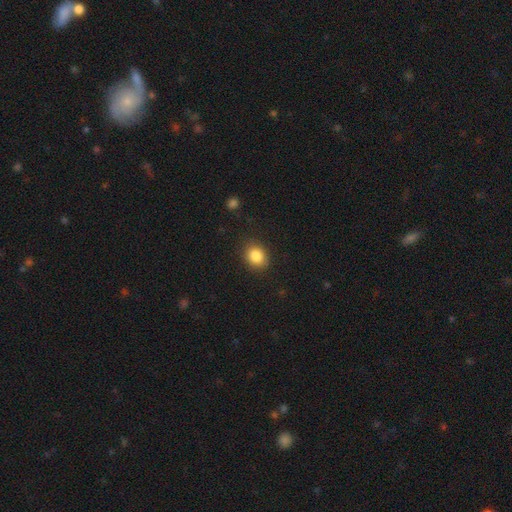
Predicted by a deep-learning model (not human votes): Smooth or featured: smooth — 86% (star or artifact — 9%)
How rounded: round — 55% (in between — 44%)
Merging: none — 87% (minor disturbance — 9%)